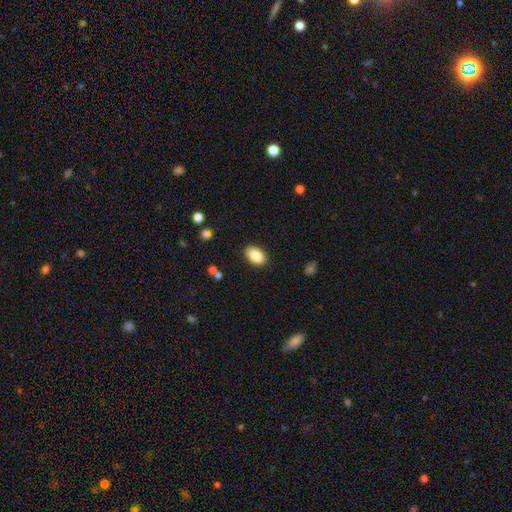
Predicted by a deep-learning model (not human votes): Smooth or featured? smooth (87%)
How rounded? in between (92%)
Merging? none (88%)